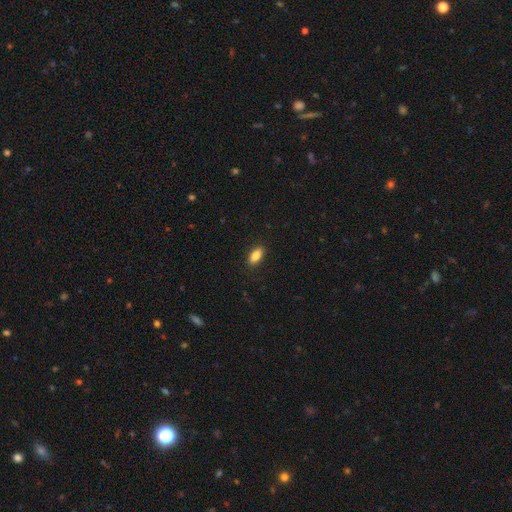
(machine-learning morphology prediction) Smooth or featured? smooth (86%)
How rounded? in between (88%)
Merging? none (89%)